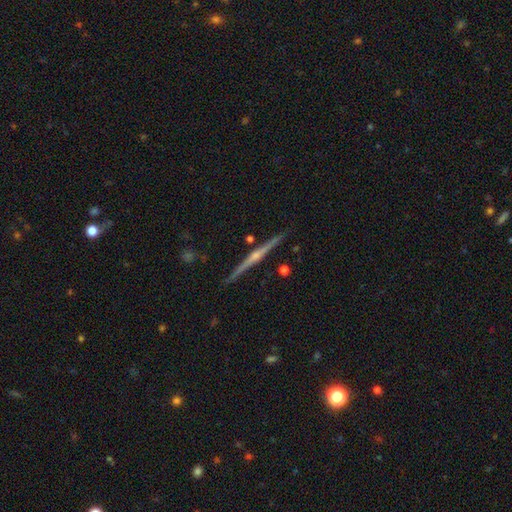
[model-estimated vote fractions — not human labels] Smooth or featured? featured or disk (80%)
Edge-on disk? yes (98%)
Edge-on bulge? rounded (70%)
Merging? none (90%)